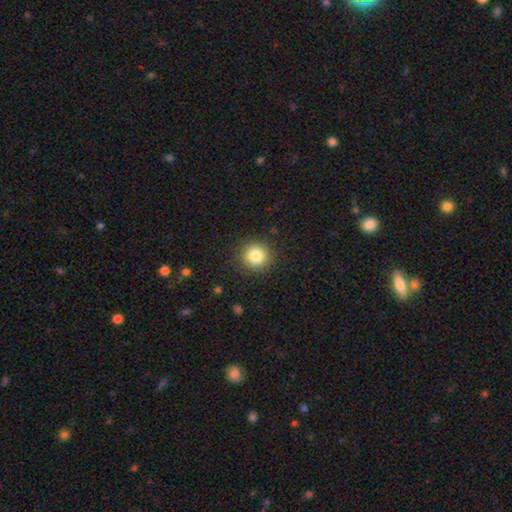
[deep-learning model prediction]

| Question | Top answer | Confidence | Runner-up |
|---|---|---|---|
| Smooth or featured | smooth | 83% | star or artifact (11%) |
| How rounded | round | 93% | in between (6%) |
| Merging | none | 90% | minor disturbance (7%) |